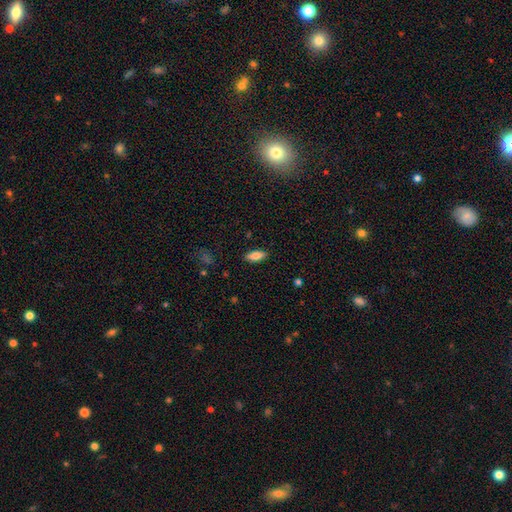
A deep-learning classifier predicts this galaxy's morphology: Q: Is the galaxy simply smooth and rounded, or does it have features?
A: smooth — 83%.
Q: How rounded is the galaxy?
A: in between — 79%.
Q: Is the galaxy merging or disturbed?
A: none — 88%.